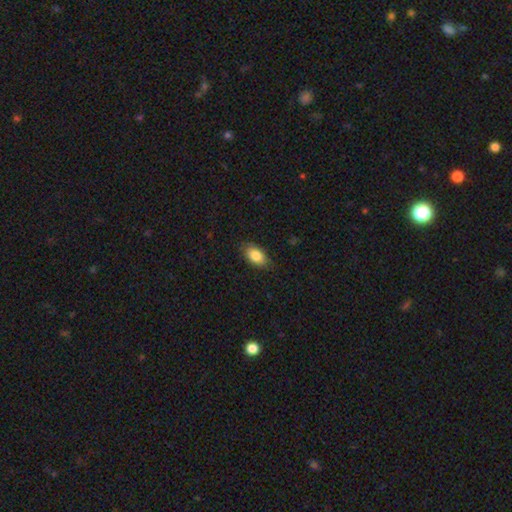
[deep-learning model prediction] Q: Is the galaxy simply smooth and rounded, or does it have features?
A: smooth — 85%.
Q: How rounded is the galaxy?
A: in between — 91%.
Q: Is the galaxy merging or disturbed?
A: none — 83%.